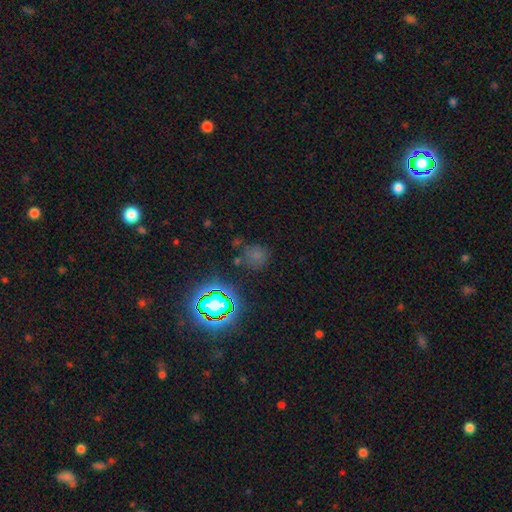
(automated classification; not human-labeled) smooth_or_featured: smooth (p=0.54) [alt: star or artifact p=0.38]
how_rounded: round (p=0.84) [alt: in between p=0.14]
merging: none (p=0.73) [alt: minor disturbance p=0.14]